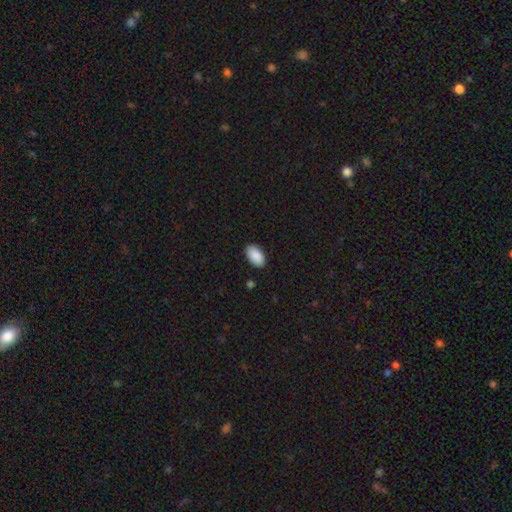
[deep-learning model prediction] Overall: smooth (90%). How rounded: in between (95%). Merging: none (87%).